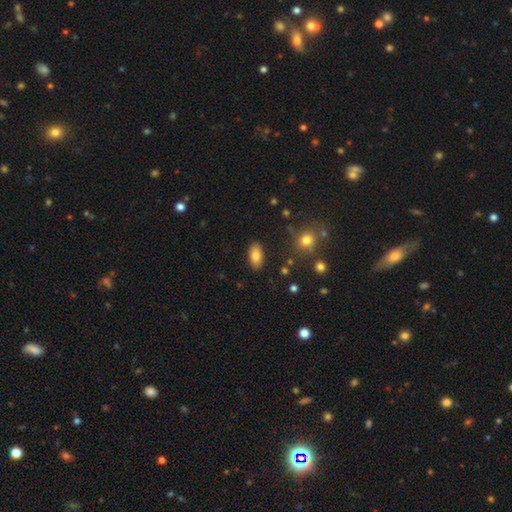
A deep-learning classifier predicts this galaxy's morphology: This appears to be a smooth galaxy with no disk features (83%) that is in between round and cigar-shaped (92%). Merging: none (87%).